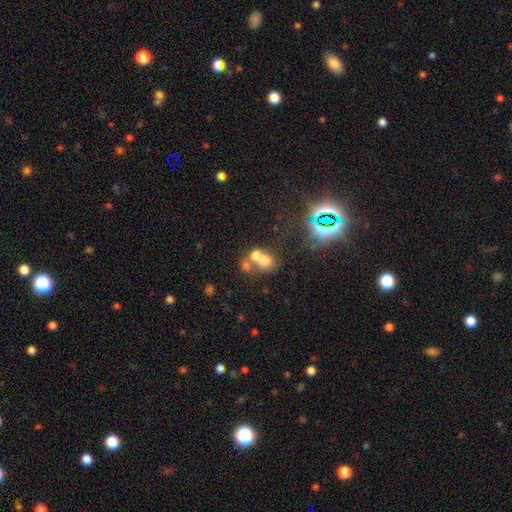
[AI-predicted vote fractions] Smooth or featured: smooth — 54% (star or artifact — 24%)
How rounded: round — 50% (in between — 48%)
Merging: merger — 61% (none — 26%)